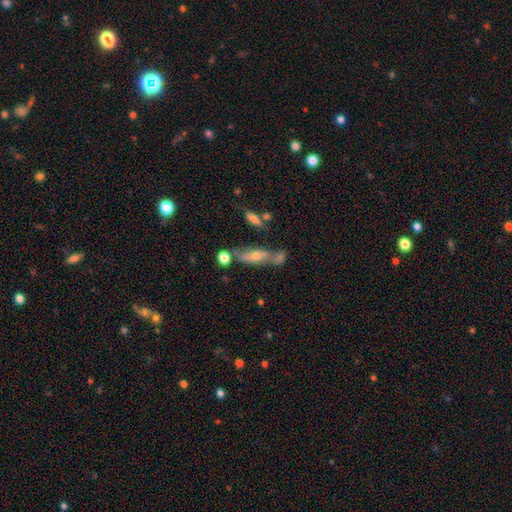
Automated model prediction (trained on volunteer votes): This is possibly a featured or disk galaxy (54%). It is possibly viewed edge-on (55%). Merging: possibly none (50%).